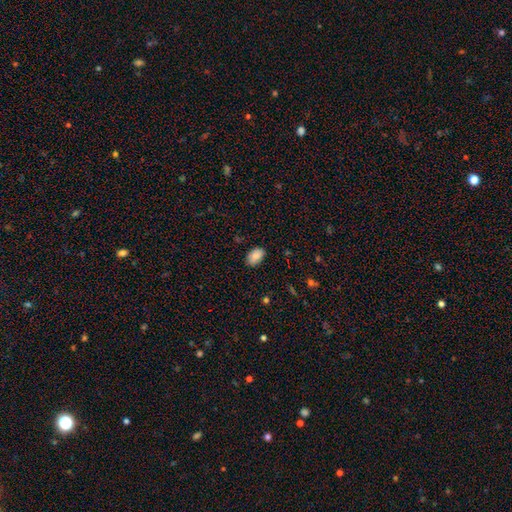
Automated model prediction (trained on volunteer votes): A smooth galaxy with no disk features (84%) that is in between round and cigar-shaped (90%).

Vote fractions:
- Smooth or featured? smooth: 84% / featured or disk: 8% / star or artifact: 8%
- How rounded? in between: 90% / round: 9% / cigar-shaped: 1%
- Merging? none: 80% / minor disturbance: 16% / major disturbance: 3% / merger: 1%